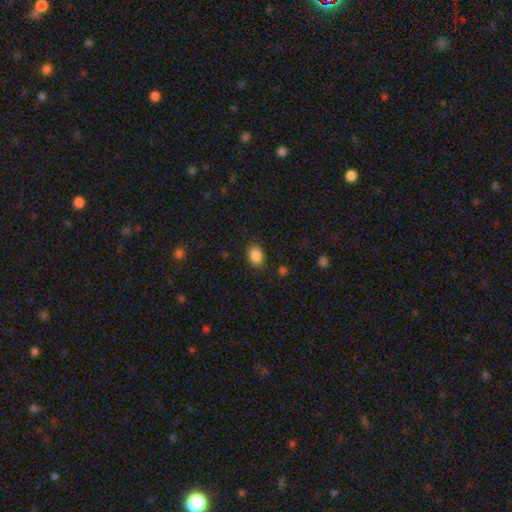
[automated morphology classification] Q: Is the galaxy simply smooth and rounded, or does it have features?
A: smooth — 87%.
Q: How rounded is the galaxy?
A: in between — 67%.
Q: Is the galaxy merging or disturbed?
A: none — 83%.